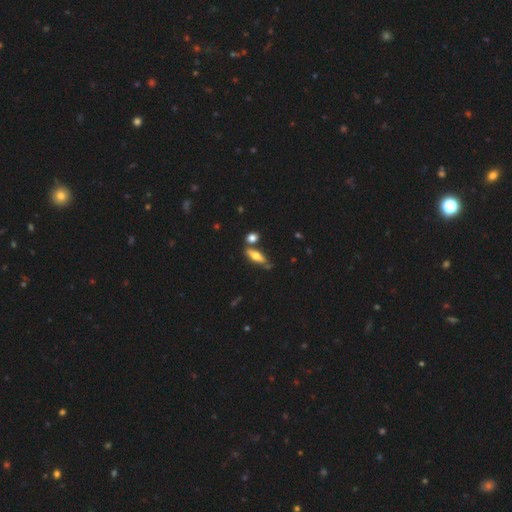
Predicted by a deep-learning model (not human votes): Smooth or featured? Predicted: smooth (p=0.54). How rounded? Predicted: in between (p=0.50). Merging? Predicted: none (p=0.65).